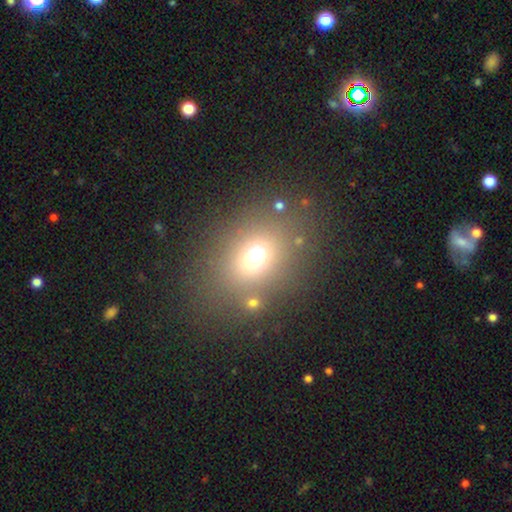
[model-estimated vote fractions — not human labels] A smooth galaxy with no disk features (66%) that is round (55%).

Vote fractions:
- Smooth or featured? smooth: 66% / star or artifact: 23% / featured or disk: 11%
- How rounded? round: 55% / in between: 44% / cigar-shaped: 2%
- Merging? none: 73% / minor disturbance: 11% / merger: 10% / major disturbance: 7%